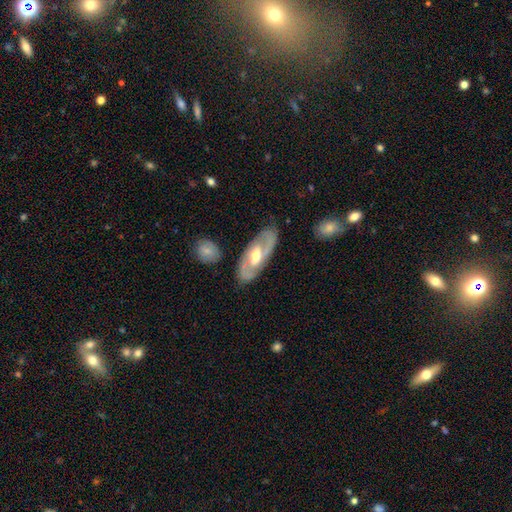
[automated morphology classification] Smooth or featured? featured or disk (73%)
Edge-on disk? no (87%)
Bar? weak (43%)
Spiral arms? yes (78%)
Bulge size? moderate (72%)
Merging? none (81%)